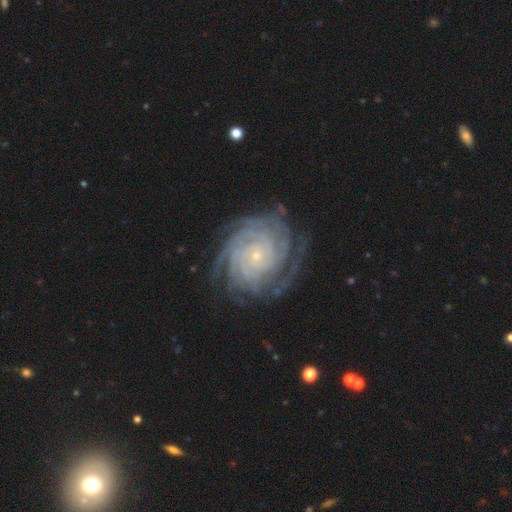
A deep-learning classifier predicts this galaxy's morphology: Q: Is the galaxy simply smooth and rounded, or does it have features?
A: featured or disk — 90%.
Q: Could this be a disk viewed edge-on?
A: no — 98%.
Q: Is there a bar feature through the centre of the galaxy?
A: no — 77%.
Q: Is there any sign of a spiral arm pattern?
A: yes — 98%.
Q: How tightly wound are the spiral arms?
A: tight — 86%.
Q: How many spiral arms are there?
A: more than 4 — 29%.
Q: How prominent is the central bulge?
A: small — 86%.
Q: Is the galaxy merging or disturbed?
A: none — 78%.